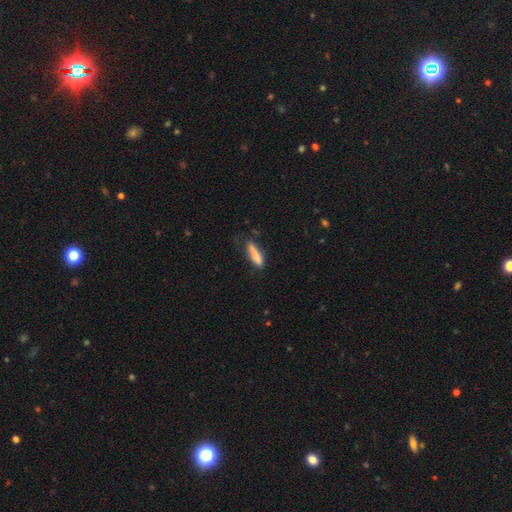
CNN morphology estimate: The model was most divided on "merging": none: 63%, minor disturbance: 27%, major disturbance: 8%, merger: 2%. More confident: smooth or featured — smooth (83%); how rounded — cigar-shaped (76%).